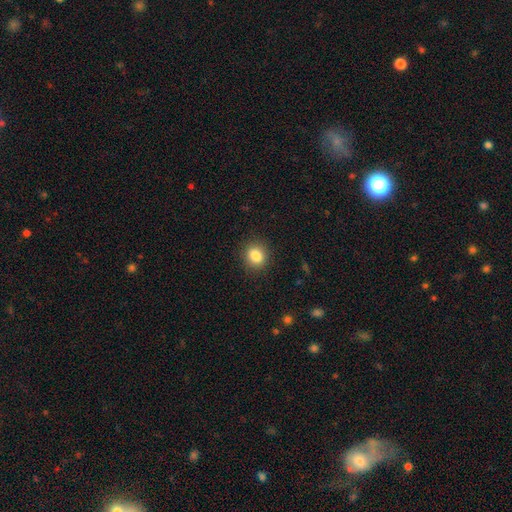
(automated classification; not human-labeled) A smooth galaxy with no disk features (84%) that is round (75%).

Vote fractions:
- Smooth or featured? smooth: 84% / star or artifact: 10% / featured or disk: 5%
- How rounded? round: 75% / in between: 25% / cigar-shaped: 1%
- Merging? none: 90% / minor disturbance: 7% / major disturbance: 2% / merger: 1%